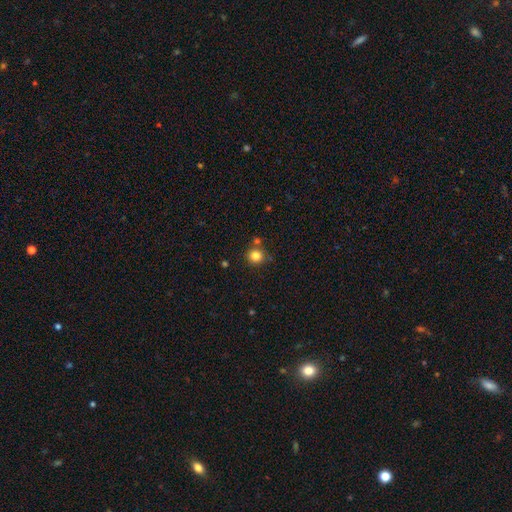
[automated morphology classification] smooth-or-featured: smooth: 82% | star or artifact: 12% | featured or disk: 6%
  how-rounded: round: 92% | in between: 7% | cigar-shaped: 1%
  merging: none: 77% | merger: 10% | minor disturbance: 10% | major disturbance: 3%